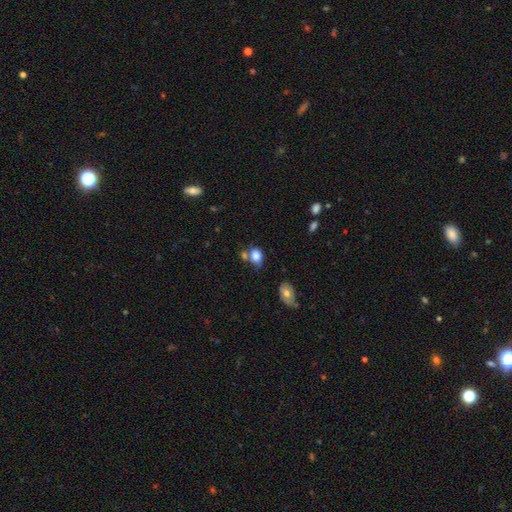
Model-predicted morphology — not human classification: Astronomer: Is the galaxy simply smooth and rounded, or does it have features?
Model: smooth — 82%.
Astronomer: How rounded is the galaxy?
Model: in between — 56% (runner-up: round, 43%).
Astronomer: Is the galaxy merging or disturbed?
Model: none — 45% (runner-up: merger, 25%).